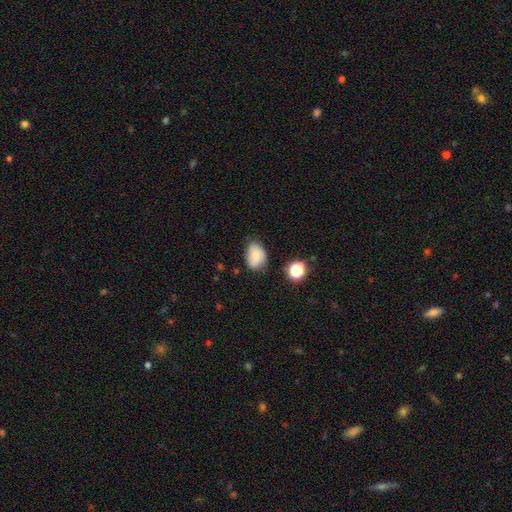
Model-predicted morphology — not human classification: smooth_or_featured: smooth (p=0.80) [alt: featured or disk p=0.10]
how_rounded: in between (p=0.79) [alt: round p=0.20]
merging: none (p=0.62) [alt: minor disturbance p=0.30]